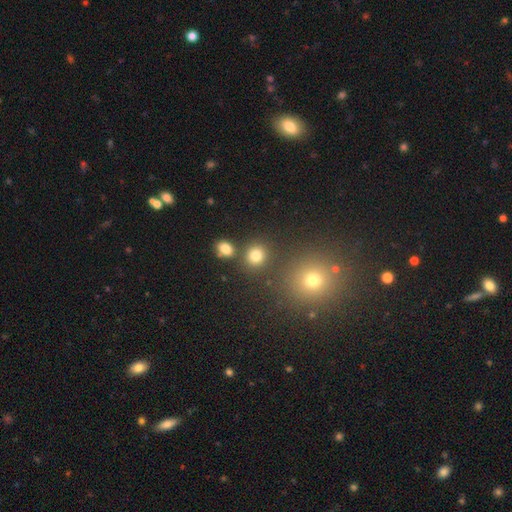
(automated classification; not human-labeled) The model was most divided on "how rounded": round: 80%, in between: 19%, cigar-shaped: 1%. More confident: smooth or featured — smooth (79%); merging — none (79%).